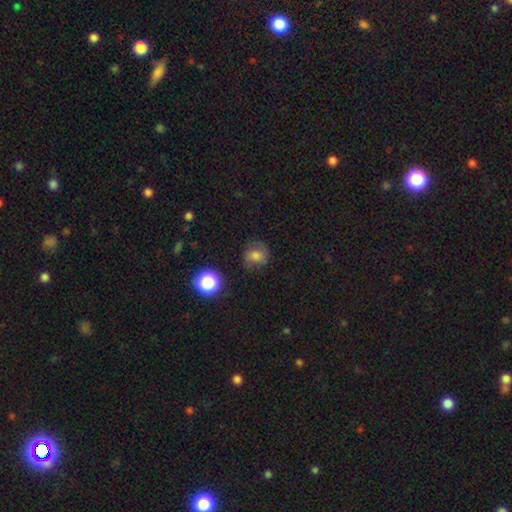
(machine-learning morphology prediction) This is likely a smooth galaxy (65%). How rounded: likely round (75%). Merging: likely none (64%).